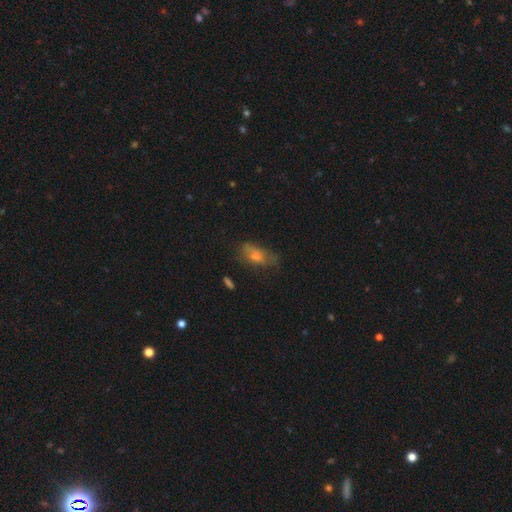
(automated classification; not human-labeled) This appears to be a smooth galaxy with no disk features (67%) that is in between round and cigar-shaped (83%). Merging: none (49%).